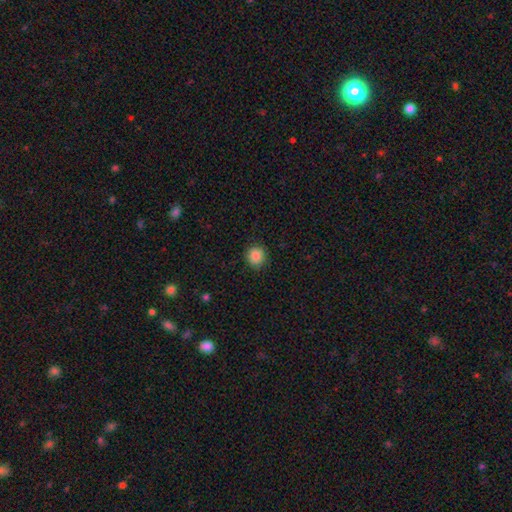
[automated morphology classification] This appears to be a smooth galaxy with no disk features (87%) that is round (90%). Merging: none (89%).